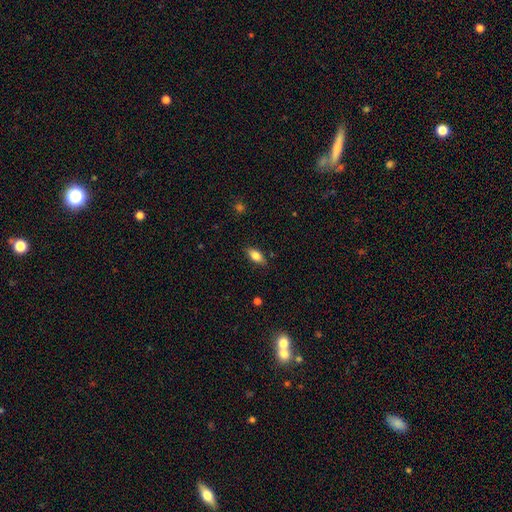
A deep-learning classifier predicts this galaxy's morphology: This appears to be a smooth galaxy with no disk features (76%) that is in between round and cigar-shaped (84%). Merging: none (84%).